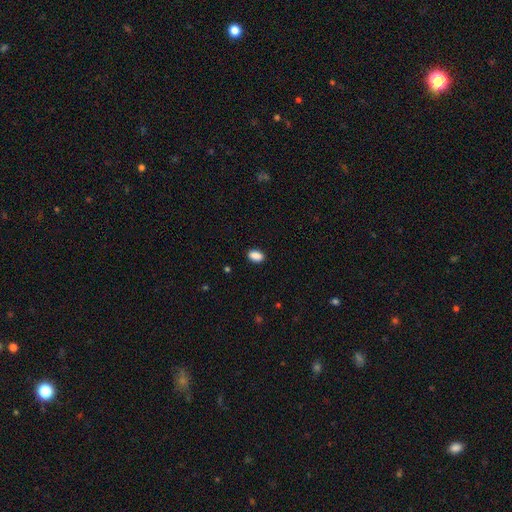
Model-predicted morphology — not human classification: type=smooth (89%); roundness=in between (90%); merging=none (89%).